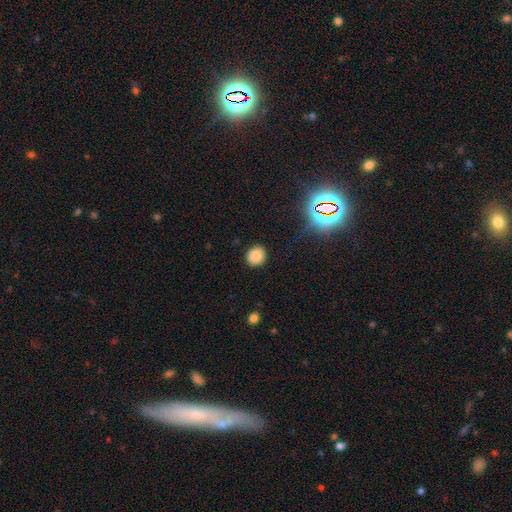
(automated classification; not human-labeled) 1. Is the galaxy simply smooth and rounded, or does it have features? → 83% smooth, 12% star or artifact, 4% featured or disk.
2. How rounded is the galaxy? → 79% round, 20% in between, 1% cigar-shaped.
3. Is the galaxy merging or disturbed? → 89% none, 7% minor disturbance, 2% major disturbance, 1% merger.